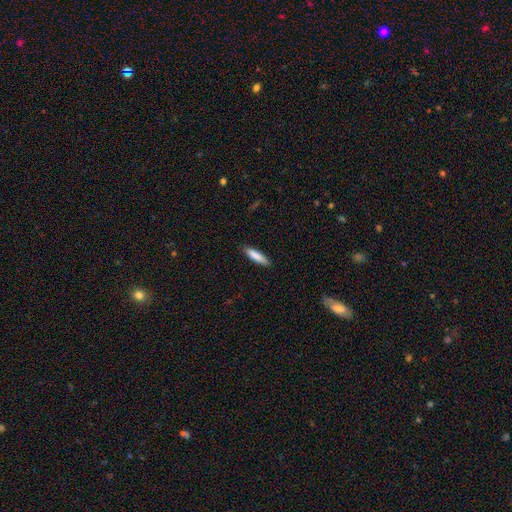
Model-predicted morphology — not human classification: smooth 83%, featured or disk 11%, star or artifact 6%. Down the decision tree: how rounded — cigar-shaped (79%); merging — none (87%).